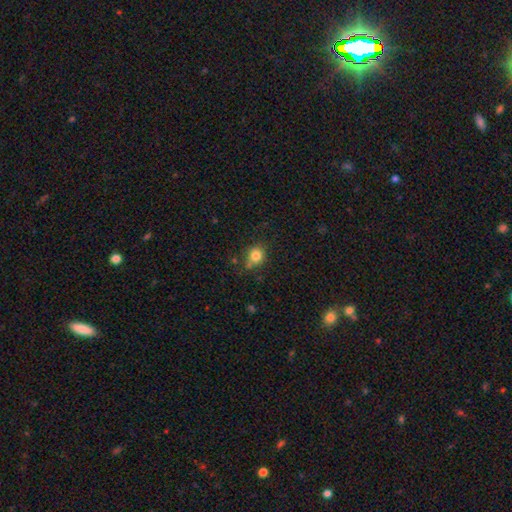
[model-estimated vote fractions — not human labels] Smooth or featured?
  - smooth: 82% *
  - star or artifact: 12%
  - featured or disk: 6%
How rounded?
  - round: 82% *
  - in between: 17%
  - cigar-shaped: 1%
Merging?
  - none: 71% *
  - minor disturbance: 15%
  - merger: 10%
  - major disturbance: 4%